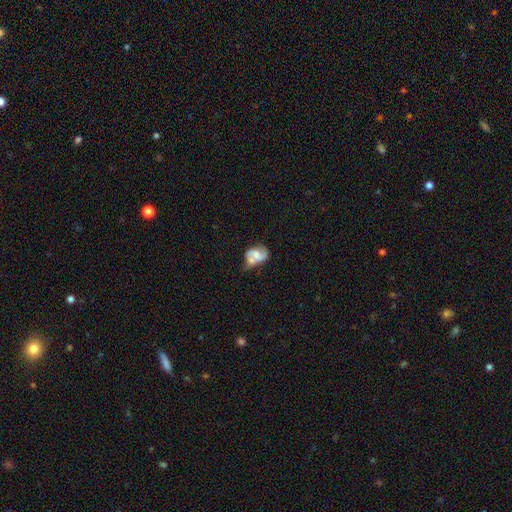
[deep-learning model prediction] A featured or disk galaxy (58%) with no bar (56%), spiral arms (75%) and a moderate central bulge (39%).

Vote fractions:
- Smooth or featured? featured or disk: 58% / smooth: 34% / star or artifact: 8%
- Edge-on disk? no: 97% / yes: 3%
- Bar? no: 56% / weak: 33% / strong: 10%
- Spiral arms? yes: 75% / no: 25%
- Bulge size? moderate: 39% / small: 29% / none: 20% / large: 11% / dominant: 2%
- Merging? merger: 40% / none: 27% / minor disturbance: 19% / major disturbance: 13%